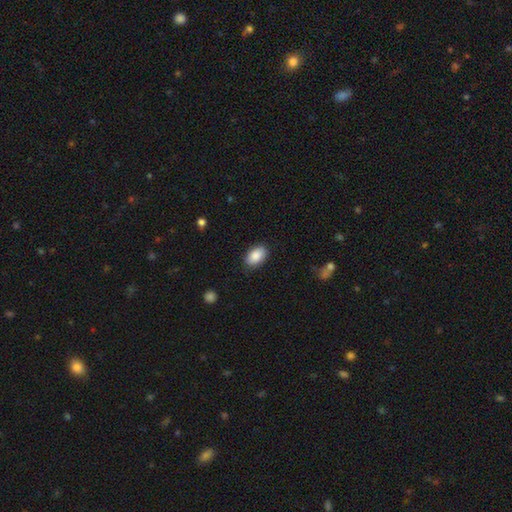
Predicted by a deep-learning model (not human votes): This is clearly a smooth galaxy (88%). How rounded: clearly in between (92%). Merging: clearly none (86%).